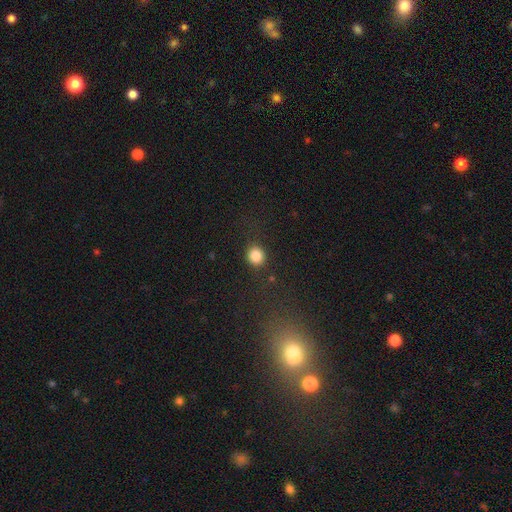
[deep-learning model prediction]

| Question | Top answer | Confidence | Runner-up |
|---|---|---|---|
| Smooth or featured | smooth | 85% | star or artifact (10%) |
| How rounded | round | 86% | in between (13%) |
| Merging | none | 84% | minor disturbance (9%) |